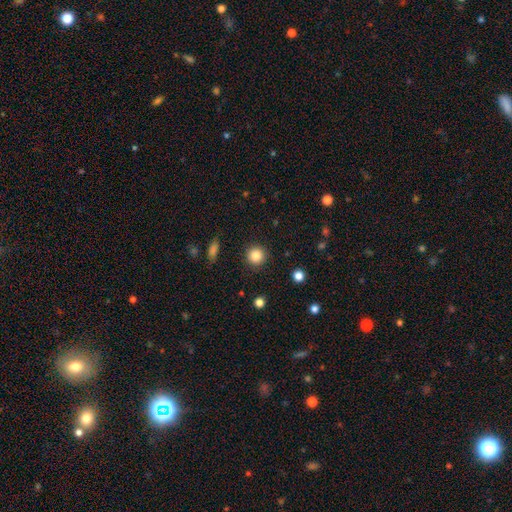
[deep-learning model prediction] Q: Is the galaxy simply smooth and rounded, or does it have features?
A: smooth — 84%.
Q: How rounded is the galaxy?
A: round — 94%.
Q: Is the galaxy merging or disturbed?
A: none — 91%.